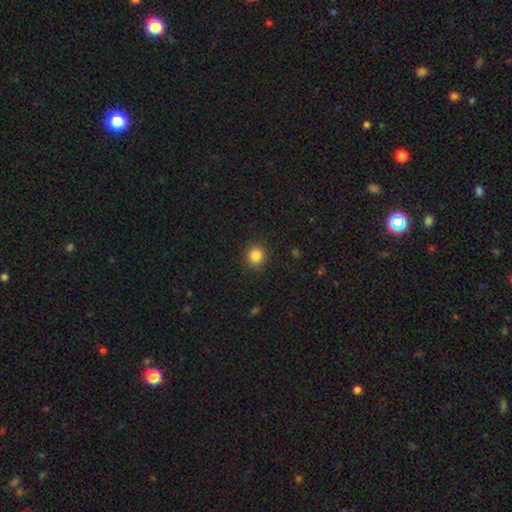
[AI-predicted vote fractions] smooth_or_featured: smooth (p=0.85) [alt: star or artifact p=0.11]
how_rounded: round (p=0.92) [alt: in between p=0.07]
merging: none (p=0.90) [alt: minor disturbance p=0.07]